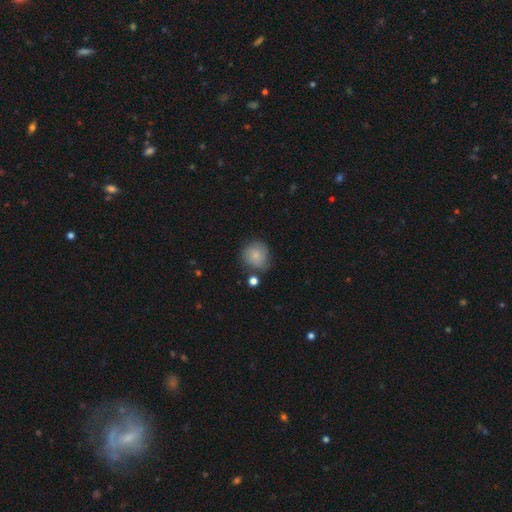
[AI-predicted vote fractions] Smooth or featured? Predicted: smooth (p=0.82). How rounded? Predicted: round (p=0.87). Merging? Predicted: none (p=0.64).